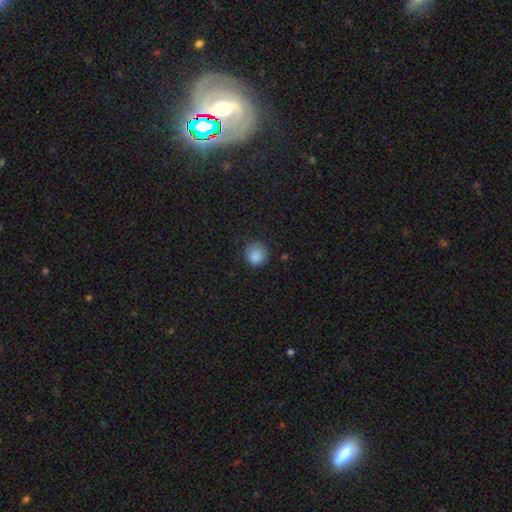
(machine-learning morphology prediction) This is clearly a smooth galaxy (86%). How rounded: clearly round (90%). Merging: likely none (75%).